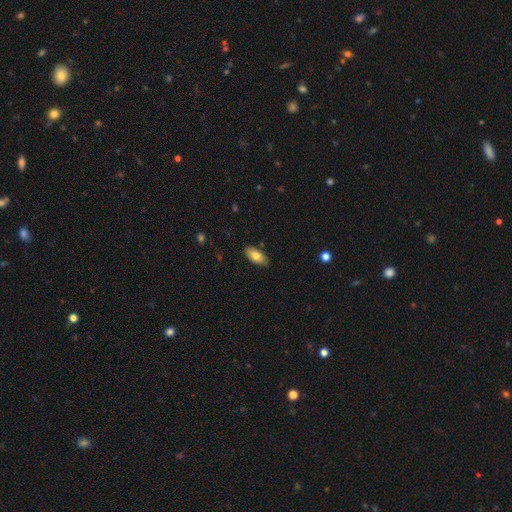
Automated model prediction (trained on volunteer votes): A smooth galaxy with no disk features (80%) that is in between round and cigar-shaped (91%). Merging: none (87%).